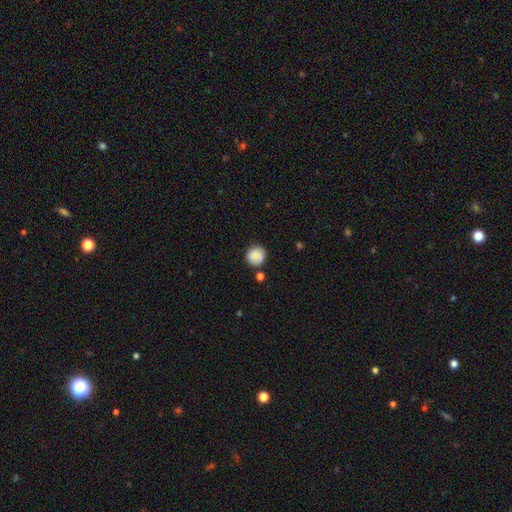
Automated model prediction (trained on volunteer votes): smooth-or-featured: smooth: 86% | star or artifact: 8% | featured or disk: 6%
  how-rounded: round: 88% | in between: 11% | cigar-shaped: 1%
  merging: none: 80% | minor disturbance: 12% | merger: 5% | major disturbance: 3%